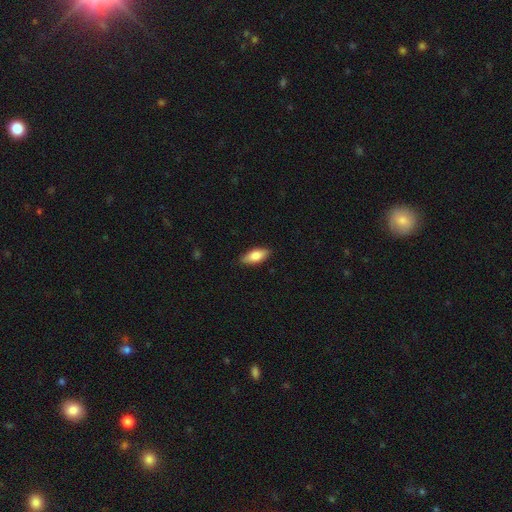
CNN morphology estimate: smooth 79%, featured or disk 15%, star or artifact 6%. Down the decision tree: how rounded — in between (79%); merging — none (88%).